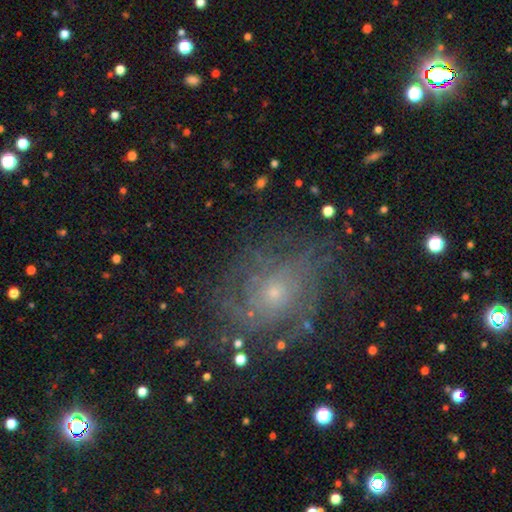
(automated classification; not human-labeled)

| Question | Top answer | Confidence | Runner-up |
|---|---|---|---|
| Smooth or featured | featured or disk | 58% | star or artifact (23%) |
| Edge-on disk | no | 95% | yes (5%) |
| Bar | no | 81% | weak (15%) |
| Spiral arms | yes | 84% | no (16%) |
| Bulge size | small | 68% | moderate (26%) |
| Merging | none | 74% | minor disturbance (15%) |